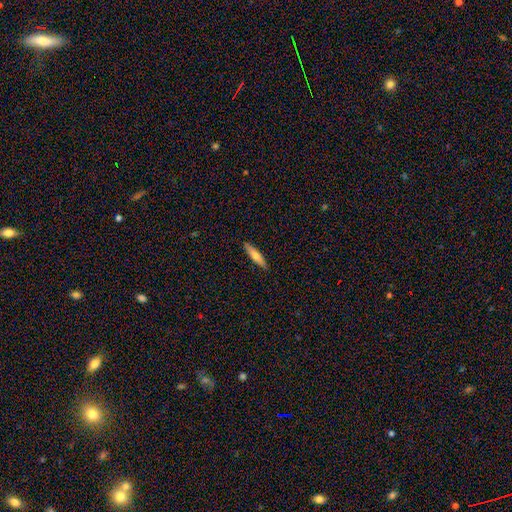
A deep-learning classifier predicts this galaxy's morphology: Smooth or featured? smooth (70%)
How rounded? cigar-shaped (83%)
Merging? none (89%)